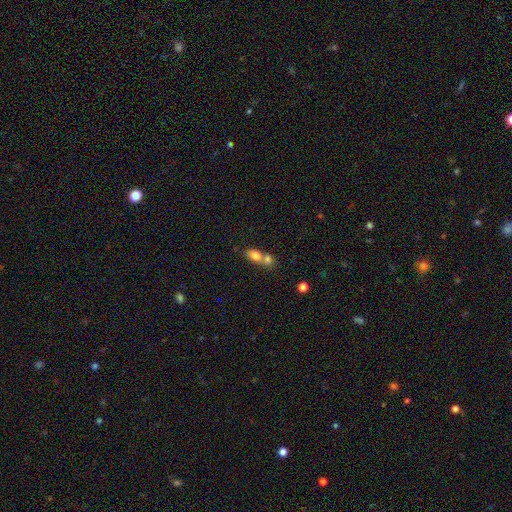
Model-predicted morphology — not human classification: Smooth or featured? smooth (76%)
How rounded? in between (75%)
Merging? merger (67%)